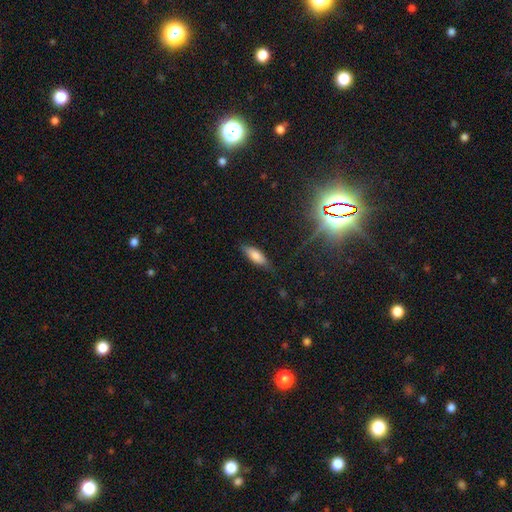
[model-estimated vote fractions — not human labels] The model was most divided on "how rounded": in between: 65%, cigar-shaped: 33%, round: 2%. More confident: smooth or featured — smooth (79%); merging — none (78%).